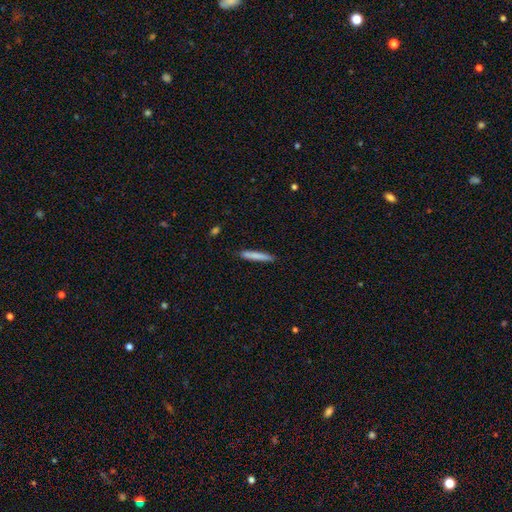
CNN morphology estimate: Smooth or featured?
  - smooth: 80% *
  - featured or disk: 14%
  - star or artifact: 6%
How rounded?
  - cigar-shaped: 95% *
  - in between: 4%
  - round: 1%
Merging?
  - none: 88% *
  - minor disturbance: 9%
  - major disturbance: 2%
  - merger: 1%